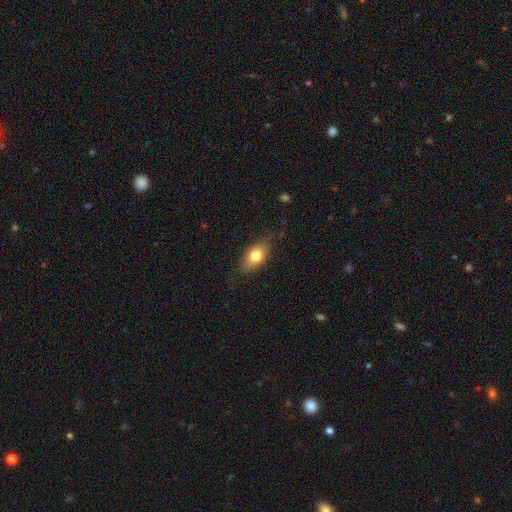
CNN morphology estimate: type=smooth (73%); roundness=in between (81%); merging=none (77%).